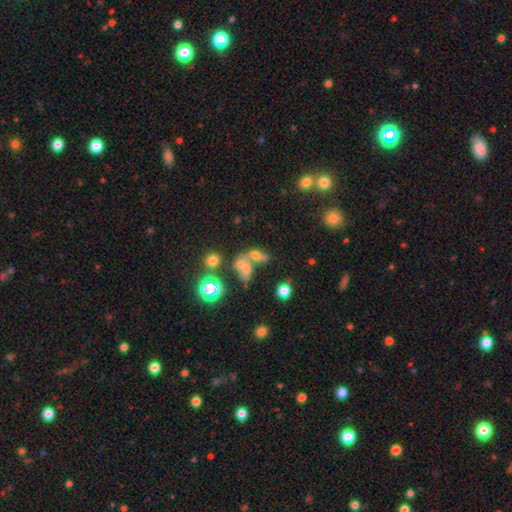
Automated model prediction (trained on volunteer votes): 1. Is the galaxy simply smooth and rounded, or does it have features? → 43% smooth, 33% star or artifact, 23% featured or disk.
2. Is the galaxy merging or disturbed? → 45% merger, 34% none, 11% major disturbance, 10% minor disturbance.